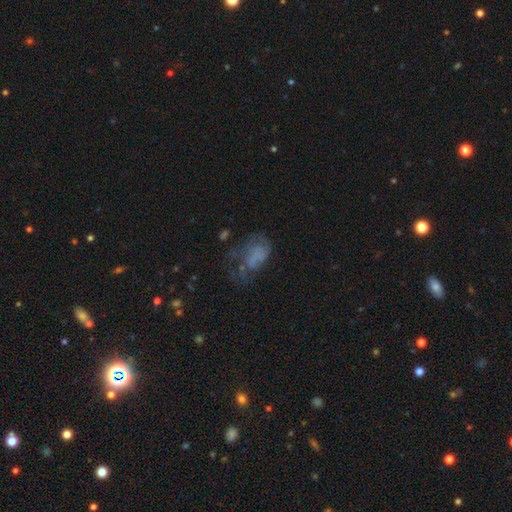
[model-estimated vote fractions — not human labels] This appears to be a featured or disk galaxy (43%). Merging: major disturbance (45%).